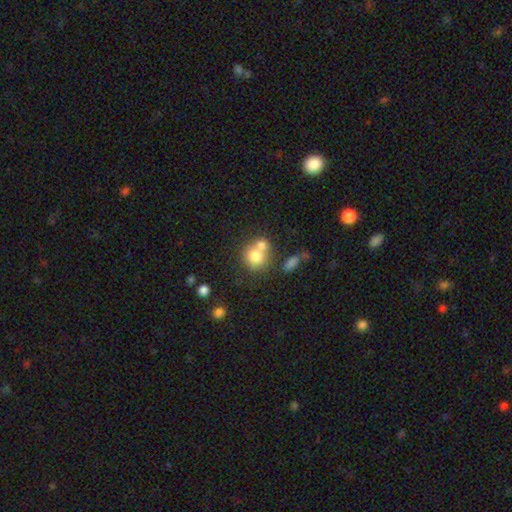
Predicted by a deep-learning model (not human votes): This is likely a smooth galaxy (75%). How rounded: clearly round (80%). Merging: possibly merger (49%).